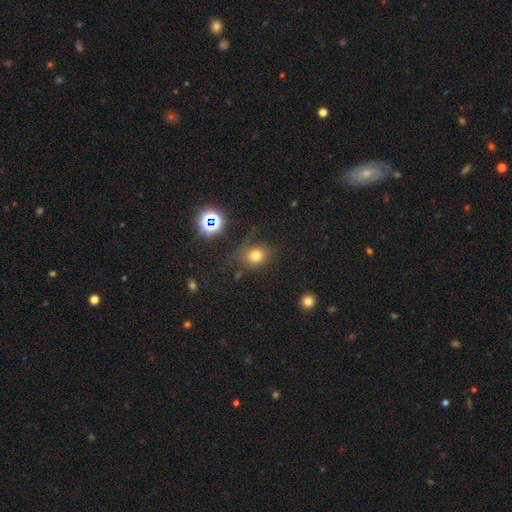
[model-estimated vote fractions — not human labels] smooth-or-featured: smooth: 70% | star or artifact: 20% | featured or disk: 10%
  how-rounded: round: 71% | in between: 28% | cigar-shaped: 1%
  merging: none: 63% | minor disturbance: 19% | major disturbance: 13% | merger: 4%